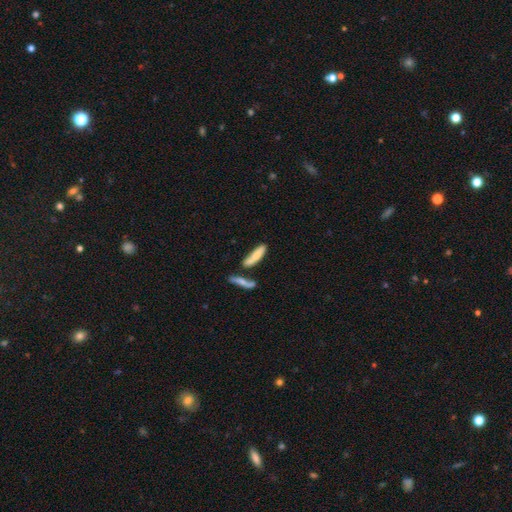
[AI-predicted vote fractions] smooth 67%, featured or disk 26%, star or artifact 7%. Down the decision tree: how rounded — cigar-shaped (66%); merging — none (50%).